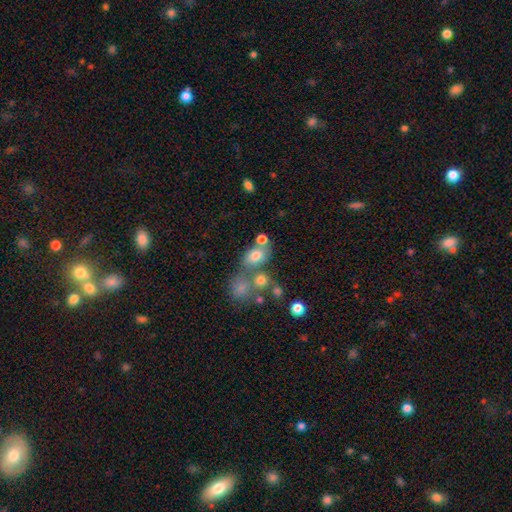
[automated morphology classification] A smooth galaxy with no disk features (73%) that is in between round and cigar-shaped (62%).

Vote fractions:
- Smooth or featured? smooth: 73% / featured or disk: 14% / star or artifact: 13%
- How rounded? in between: 62% / round: 37% / cigar-shaped: 2%
- Merging? none: 45% / merger: 34% / minor disturbance: 13% / major disturbance: 7%